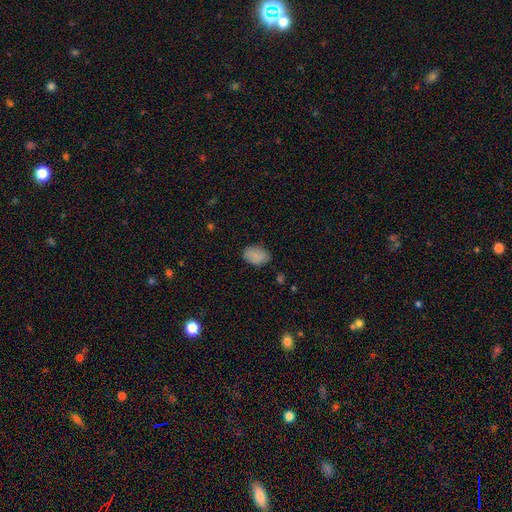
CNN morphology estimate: This is clearly a smooth galaxy (85%). How rounded: clearly in between (85%). Merging: likely none (77%).